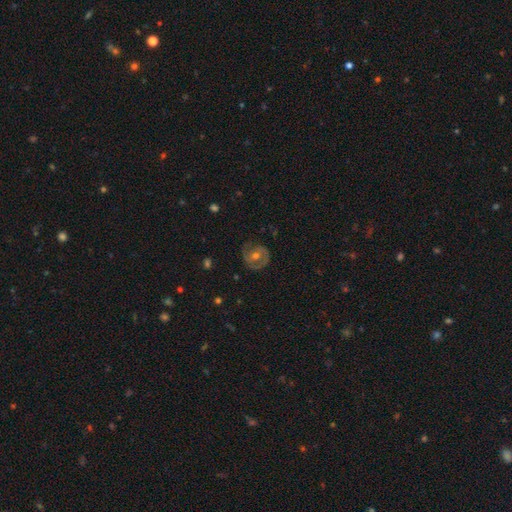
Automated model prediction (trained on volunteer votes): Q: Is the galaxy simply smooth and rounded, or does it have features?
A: featured or disk — 73%.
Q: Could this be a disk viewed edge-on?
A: no — 97%.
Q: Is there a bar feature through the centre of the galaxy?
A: no — 69%.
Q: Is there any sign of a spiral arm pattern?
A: yes — 80%.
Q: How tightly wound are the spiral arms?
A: tight — 57%.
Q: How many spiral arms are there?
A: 2 — 68%.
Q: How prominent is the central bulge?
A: moderate — 72%.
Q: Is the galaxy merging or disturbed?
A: none — 81%.